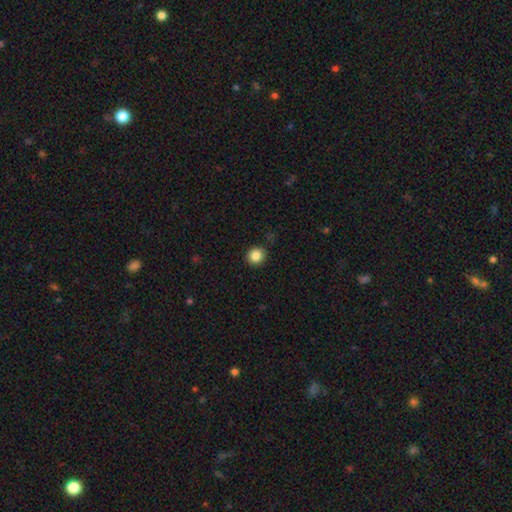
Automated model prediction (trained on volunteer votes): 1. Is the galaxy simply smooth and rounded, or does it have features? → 85% smooth, 10% star or artifact, 5% featured or disk.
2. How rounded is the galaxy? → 84% round, 15% in between, 1% cigar-shaped.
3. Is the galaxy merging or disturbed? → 88% none, 8% minor disturbance, 2% major disturbance, 1% merger.